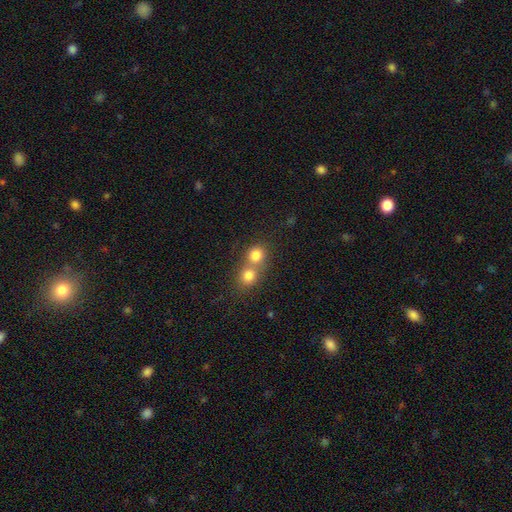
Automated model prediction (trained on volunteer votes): Overall: smooth (79%). How rounded: round (83%). Merging: merger (57%; none 35%).